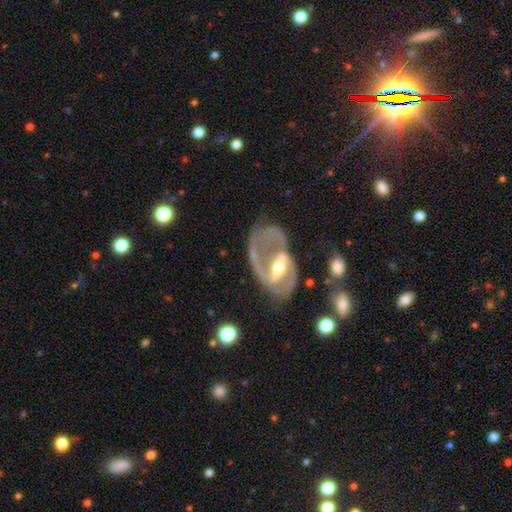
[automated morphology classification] Q: Smooth or featured?
A: featured or disk (87%); runner-up: smooth (8%)
Q: Edge-on disk?
A: no (96%); runner-up: yes (4%)
Q: Bar?
A: strong (45%); runner-up: weak (38%)
Q: Spiral arms?
A: yes (89%); runner-up: no (11%)
Q: Spiral winding?
A: medium (51%); runner-up: loose (28%)
Q: Spiral arm count?
A: 2 (72%); runner-up: 1 (17%)
Q: Bulge size?
A: moderate (60%); runner-up: small (30%)
Q: Merging?
A: none (46%); runner-up: major disturbance (28%)